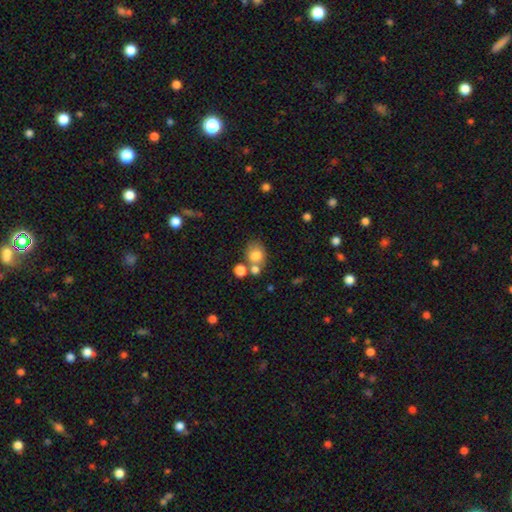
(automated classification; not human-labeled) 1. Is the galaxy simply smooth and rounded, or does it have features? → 76% smooth, 13% featured or disk, 11% star or artifact.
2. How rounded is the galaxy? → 59% round, 40% in between, 1% cigar-shaped.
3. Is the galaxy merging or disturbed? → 50% none, 31% merger, 14% minor disturbance, 6% major disturbance.